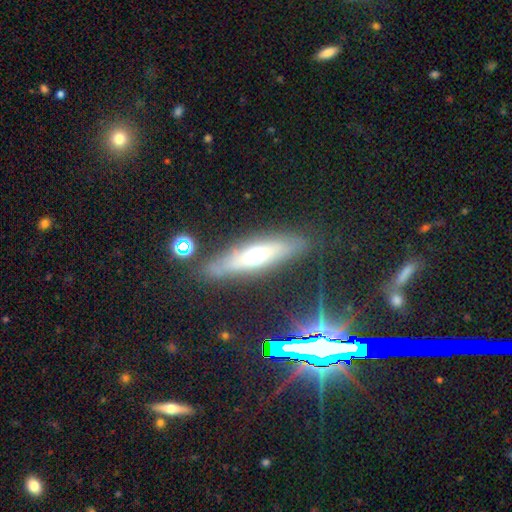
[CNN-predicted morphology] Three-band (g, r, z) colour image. It shows a featured or disk galaxy (46%). Merging: none (81%).